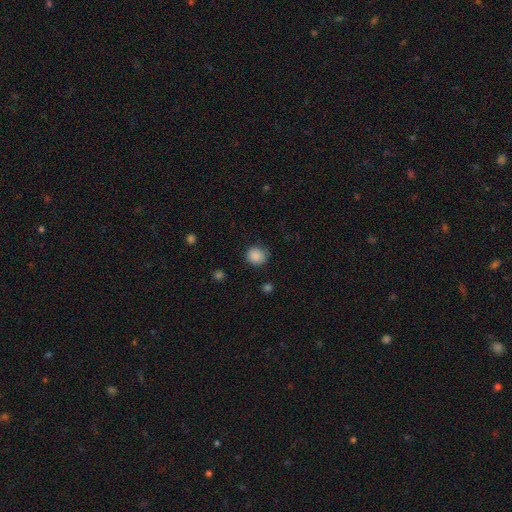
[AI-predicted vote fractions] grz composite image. It shows a smooth galaxy with no disk features (87%) that is round (85%). Merging: none (83%).